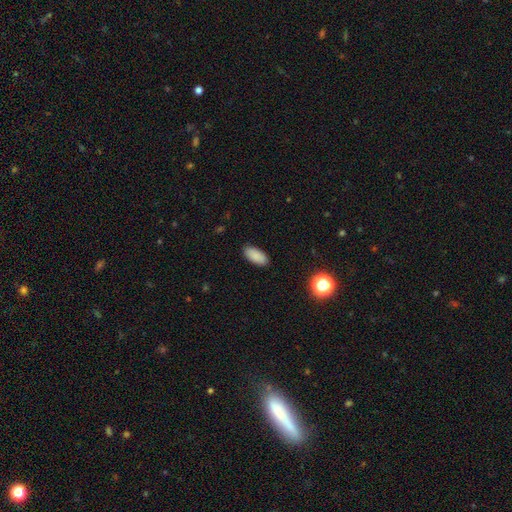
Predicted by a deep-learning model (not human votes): Q: Smooth or featured?
A: smooth (88%); runner-up: star or artifact (8%)
Q: How rounded?
A: in between (91%); runner-up: cigar-shaped (6%)
Q: Merging?
A: none (89%); runner-up: minor disturbance (8%)